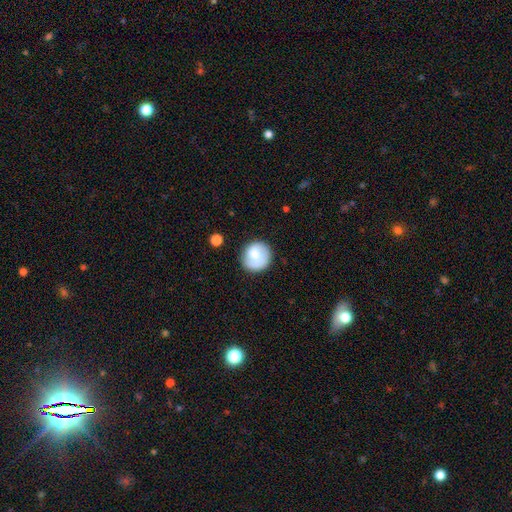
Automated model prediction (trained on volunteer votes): Q: Smooth or featured?
A: smooth (71%); runner-up: featured or disk (23%)
Q: How rounded?
A: round (88%); runner-up: in between (11%)
Q: Merging?
A: none (74%); runner-up: minor disturbance (17%)